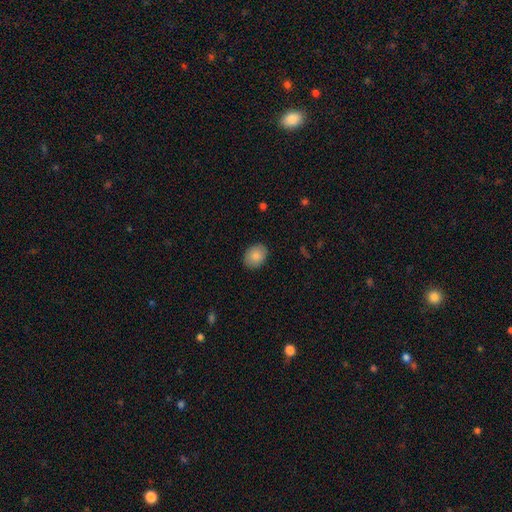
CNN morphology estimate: A smooth galaxy with no disk features (86%) that is in between round and cigar-shaped (60%).

Vote fractions:
- Smooth or featured? smooth: 86% / star or artifact: 7% / featured or disk: 7%
- How rounded? in between: 60% / round: 39% / cigar-shaped: 1%
- Merging? none: 88% / minor disturbance: 9% / major disturbance: 2% / merger: 1%